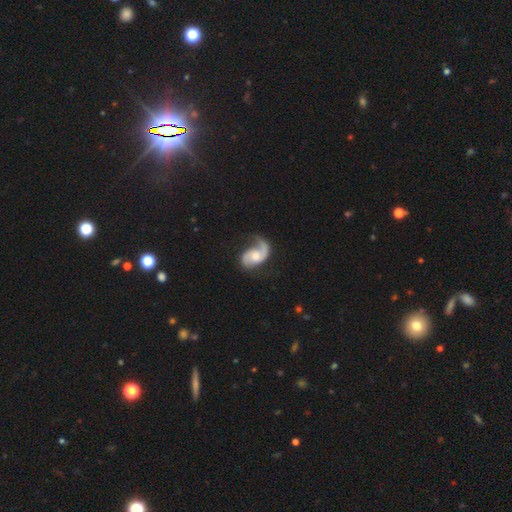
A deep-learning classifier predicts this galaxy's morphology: This is clearly a featured or disk galaxy (84%). It is clearly not viewed edge-on (98%). Bar: likely no (64%). Spiral arm pattern: clearly yes (96%). Spiral arm count: likely 2 (65%). Spiral winding: marginally medium (42%). Central bulge: possibly moderate (55%). Merging: possibly none (54%).